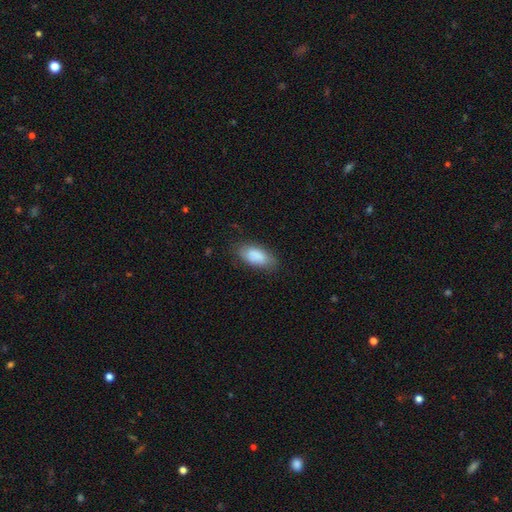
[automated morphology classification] The model was most divided on "merging": none: 75%, minor disturbance: 19%, major disturbance: 5%, merger: 1%. More confident: how rounded — in between (90%); smooth or featured — smooth (85%).